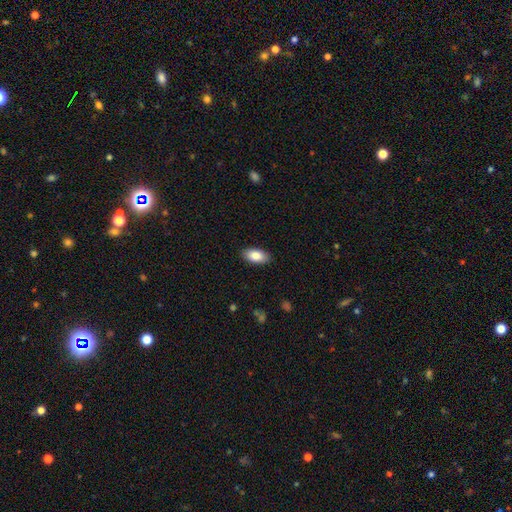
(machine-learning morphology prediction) smooth 84%, featured or disk 9%, star or artifact 6%. Down the decision tree: how rounded — in between (93%); merging — none (89%).